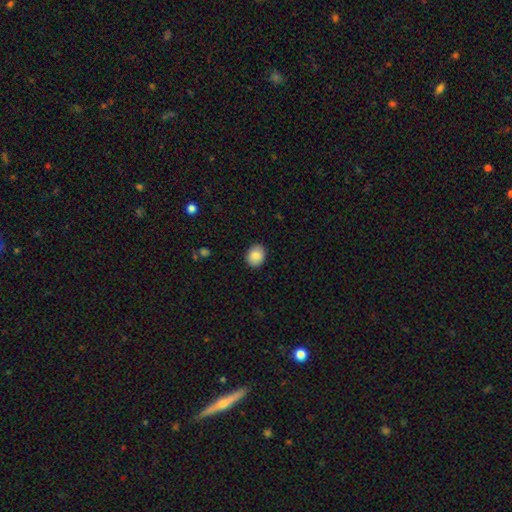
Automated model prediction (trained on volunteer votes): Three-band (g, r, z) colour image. It shows a smooth galaxy with no disk features (86%) that is round (58%). Merging: none (90%).